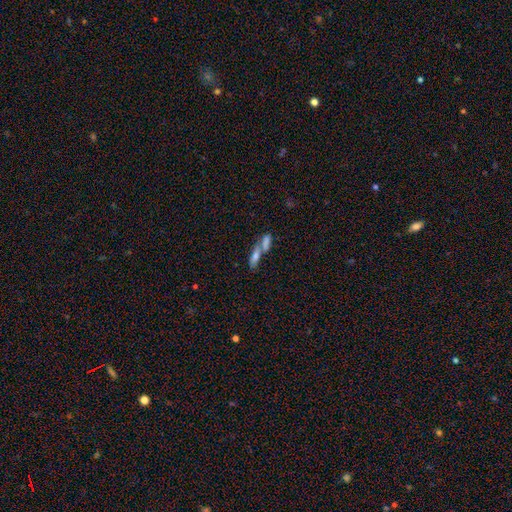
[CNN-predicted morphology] smooth 64%, featured or disk 26%, star or artifact 10%. Down the decision tree: how rounded — in between (51%); merging — merger (58%).